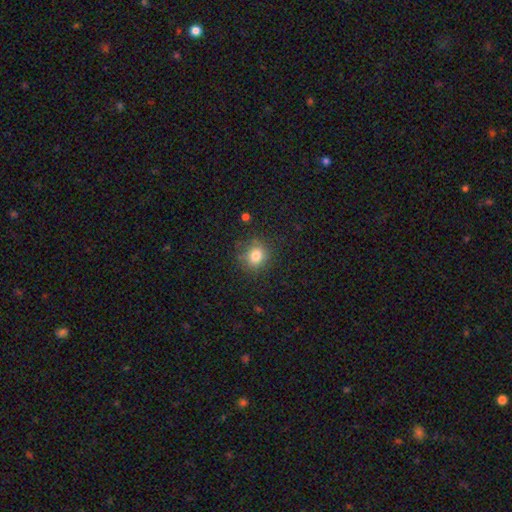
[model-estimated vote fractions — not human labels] This appears to be a smooth galaxy with no disk features (81%) that is round (76%). Merging: none (82%).